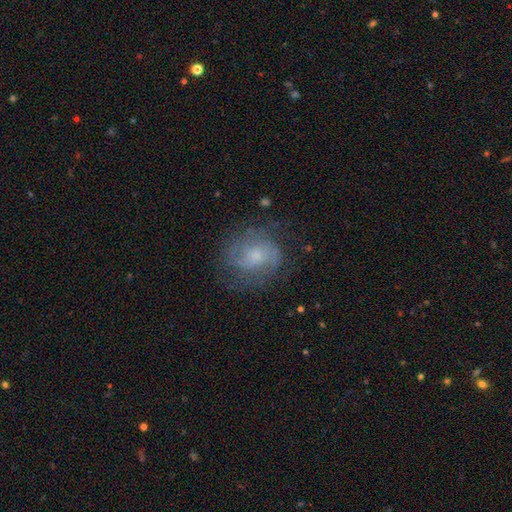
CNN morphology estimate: featured or disk 67%, smooth 24%, star or artifact 9%. Down the decision tree: edge-on disk — no (97%); bar — no (64%); spiral arms — yes (86%); spiral arm count — 2 (53%); spiral winding — medium (44%); bulge size — small (45%); merging — none (67%).